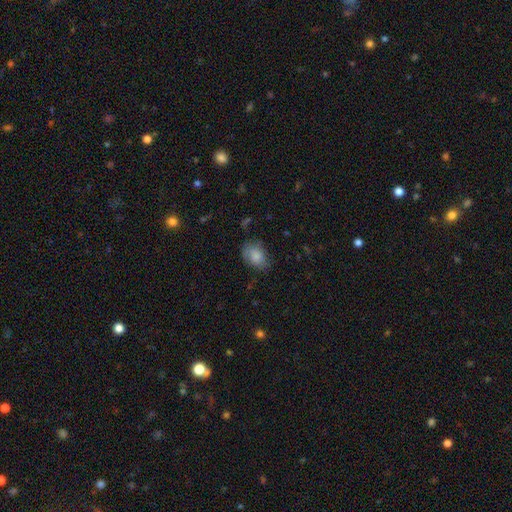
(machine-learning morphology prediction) A smooth galaxy with no disk features (77%) that is in between round and cigar-shaped (75%).

Vote fractions:
- Smooth or featured? smooth: 77% / featured or disk: 15% / star or artifact: 8%
- How rounded? in between: 75% / round: 24% / cigar-shaped: 1%
- Merging? none: 65% / minor disturbance: 25% / major disturbance: 8% / merger: 2%